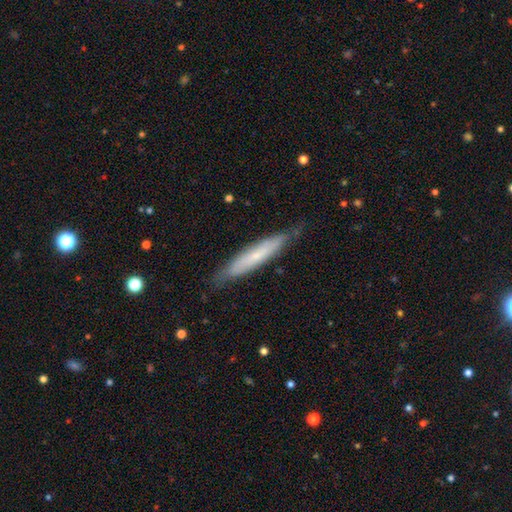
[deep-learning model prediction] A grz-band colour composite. It shows a smooth galaxy with no disk features (51%) that is cigar-shaped (89%). Merging: none (79%).